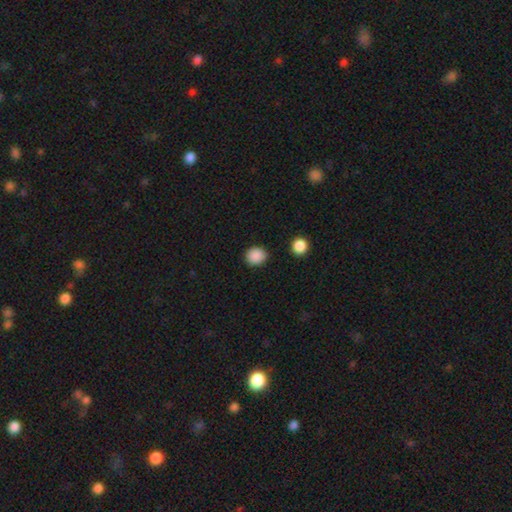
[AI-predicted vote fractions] The model was most divided on "how rounded": round: 81%, in between: 18%, cigar-shaped: 1%. More confident: merging — none (89%); smooth or featured — smooth (89%).